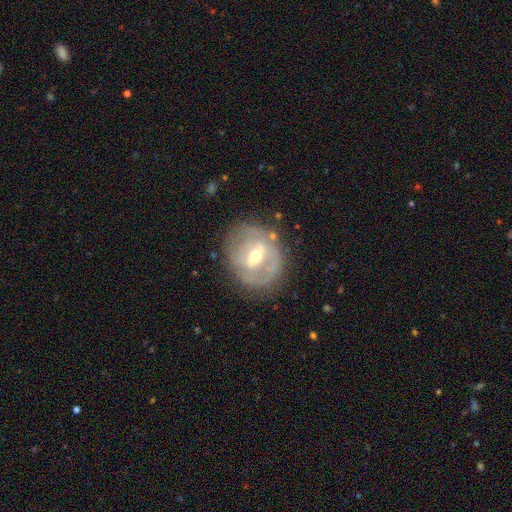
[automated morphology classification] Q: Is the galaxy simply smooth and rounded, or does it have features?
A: featured or disk — 74%.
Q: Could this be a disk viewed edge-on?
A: no — 94%.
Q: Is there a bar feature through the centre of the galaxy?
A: weak — 43%.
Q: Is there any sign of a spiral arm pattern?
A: yes — 51%.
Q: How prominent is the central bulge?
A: moderate — 66%.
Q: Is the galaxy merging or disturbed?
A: none — 72%.